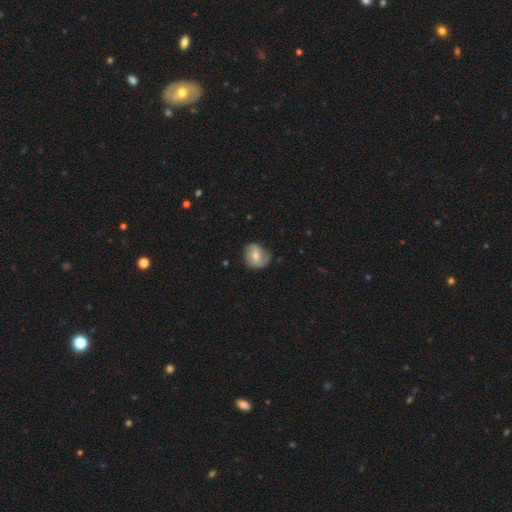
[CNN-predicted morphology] smooth_or_featured: smooth (p=0.52) [alt: featured or disk p=0.41]
how_rounded: round (p=0.70) [alt: in between p=0.28]
merging: none (p=0.65) [alt: minor disturbance p=0.27]